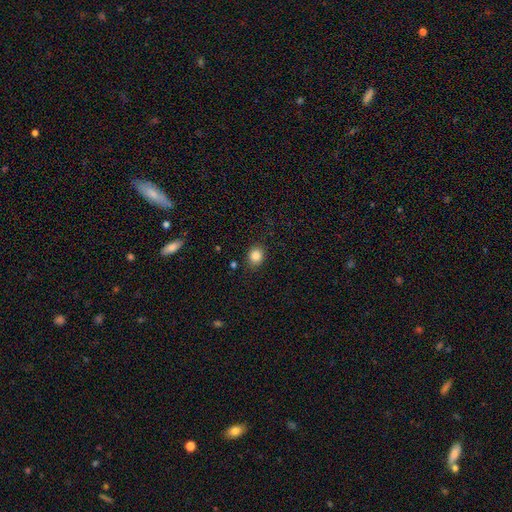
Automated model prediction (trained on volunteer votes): Smooth or featured?
  - smooth: 85% *
  - star or artifact: 10%
  - featured or disk: 5%
How rounded?
  - round: 64% *
  - in between: 35%
  - cigar-shaped: 1%
Merging?
  - none: 86% *
  - minor disturbance: 10%
  - major disturbance: 3%
  - merger: 1%